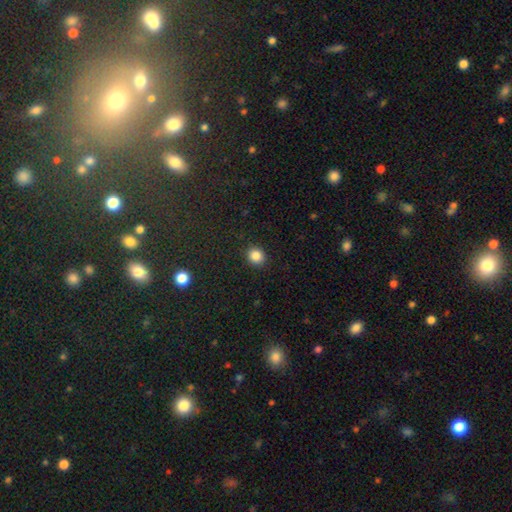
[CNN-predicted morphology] A smooth galaxy with no disk features (86%) that is round (81%).

Vote fractions:
- Smooth or featured? smooth: 86% / star or artifact: 11% / featured or disk: 4%
- How rounded? round: 81% / in between: 19% / cigar-shaped: 1%
- Merging? none: 91% / minor disturbance: 6% / major disturbance: 2% / merger: 1%